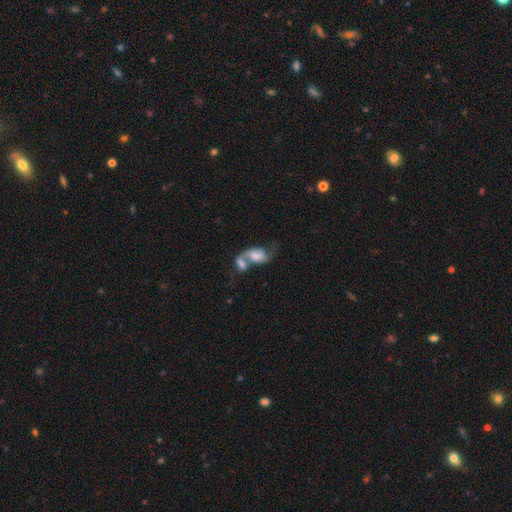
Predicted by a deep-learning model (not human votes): A featured or disk galaxy (53%) with no bar (61%), spiral arms (78%) and a moderate central bulge (39%). Merging: merger (74%).